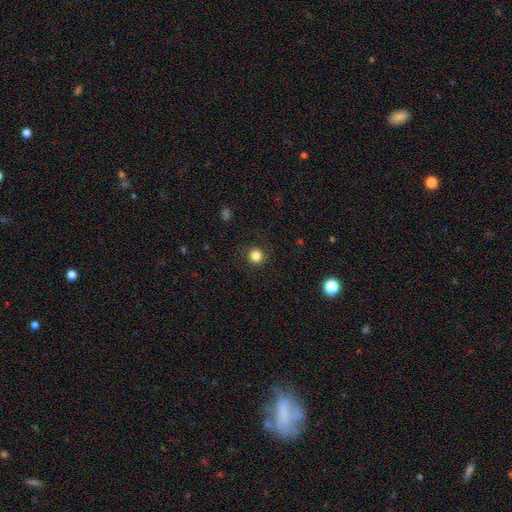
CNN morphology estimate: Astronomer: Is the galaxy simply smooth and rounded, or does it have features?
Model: smooth — 83%.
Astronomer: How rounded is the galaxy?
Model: round — 93%.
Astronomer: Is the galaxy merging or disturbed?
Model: none — 88%.